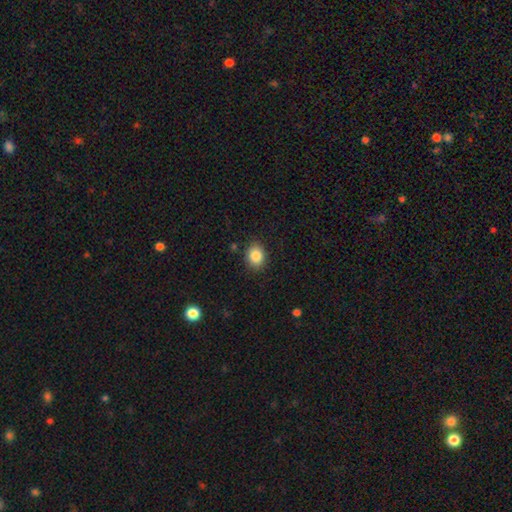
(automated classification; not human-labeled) This appears to be a smooth galaxy with no disk features (86%) that is round (52%). Merging: none (86%).